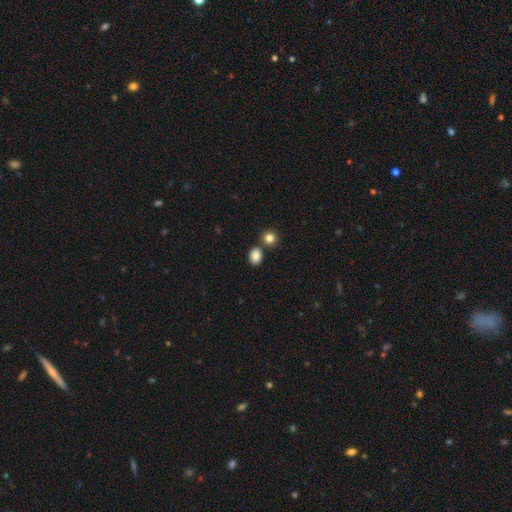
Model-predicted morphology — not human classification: A smooth galaxy with no disk features (85%) that is in between round and cigar-shaped (55%).

Vote fractions:
- Smooth or featured? smooth: 85% / star or artifact: 10% / featured or disk: 5%
- How rounded? in between: 55% / round: 44% / cigar-shaped: 1%
- Merging? none: 72% / merger: 16% / minor disturbance: 10% / major disturbance: 3%